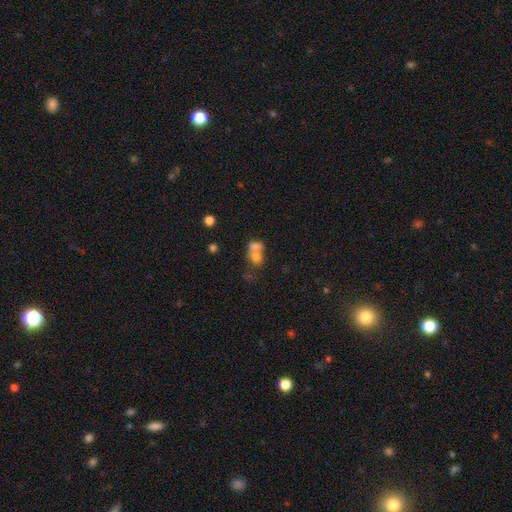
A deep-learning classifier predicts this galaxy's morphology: Smooth or featured? smooth (70%)
How rounded? in between (49%, tied with round)
Merging? merger (68%)